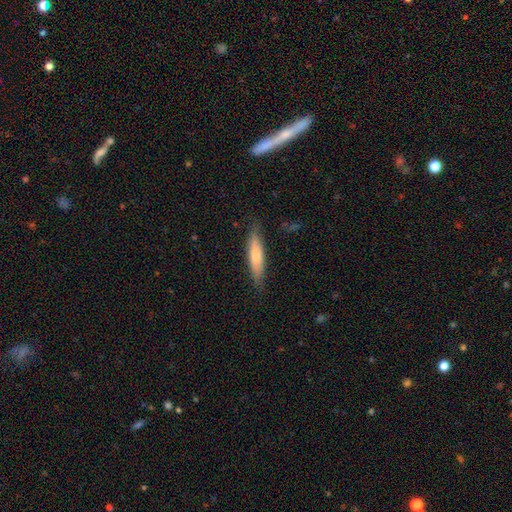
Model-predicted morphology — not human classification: smooth-or-featured: smooth: 73% | featured or disk: 21% | star or artifact: 6%
  how-rounded: cigar-shaped: 80% | in between: 19% | round: 1%
  merging: none: 83% | minor disturbance: 13% | major disturbance: 3% | merger: 1%